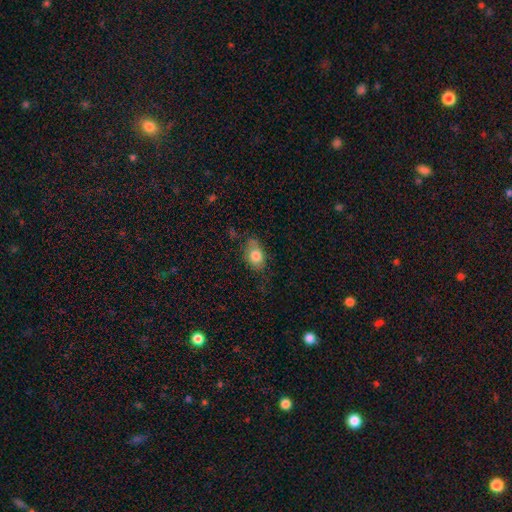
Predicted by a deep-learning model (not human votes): Q: Smooth or featured?
A: smooth (79%); runner-up: featured or disk (14%)
Q: How rounded?
A: in between (82%); runner-up: round (15%)
Q: Merging?
A: none (63%); runner-up: minor disturbance (27%)